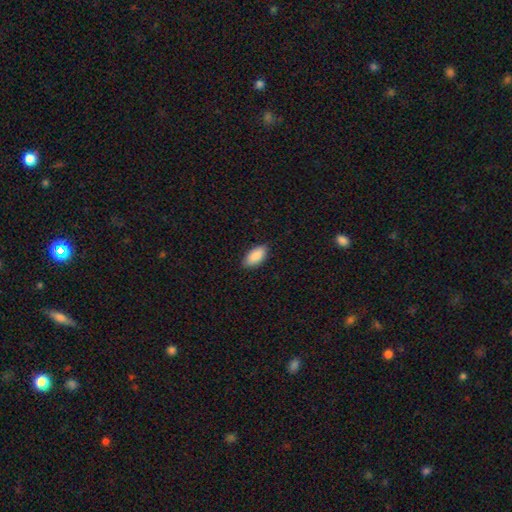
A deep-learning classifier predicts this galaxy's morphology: Smooth or featured? Predicted: smooth (p=0.90). How rounded? Predicted: in between (p=0.92). Merging? Predicted: none (p=0.86).